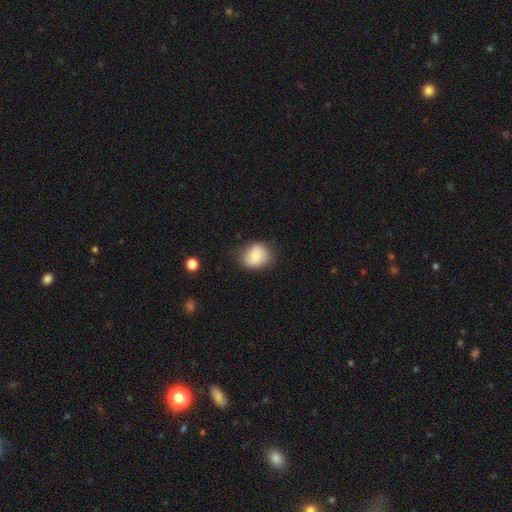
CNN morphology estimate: smooth_or_featured: smooth (p=0.79) [alt: featured or disk p=0.13]
how_rounded: round (p=0.64) [alt: in between p=0.35]
merging: none (p=0.73) [alt: minor disturbance p=0.21]